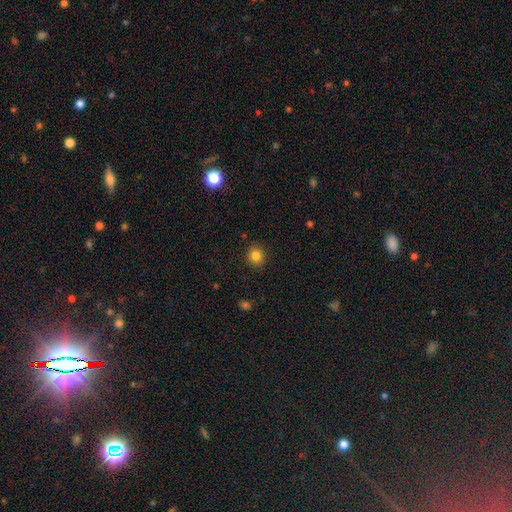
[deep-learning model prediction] smooth 83%, star or artifact 12%, featured or disk 5%. Down the decision tree: how rounded — round (89%); merging — none (90%).